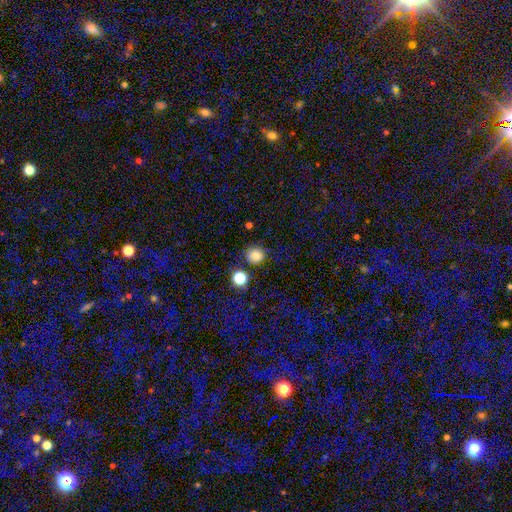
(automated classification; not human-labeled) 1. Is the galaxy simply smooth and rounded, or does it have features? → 81% smooth, 13% star or artifact, 6% featured or disk.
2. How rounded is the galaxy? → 89% round, 10% in between, 1% cigar-shaped.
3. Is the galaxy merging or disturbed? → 80% none, 12% minor disturbance, 5% merger, 3% major disturbance.